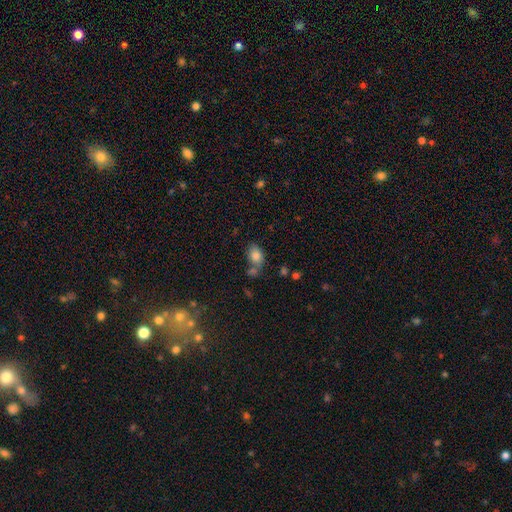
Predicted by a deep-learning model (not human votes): Smooth or featured? Predicted: smooth (p=0.81). How rounded? Predicted: in between (p=0.75). Merging? Predicted: none (p=0.48).